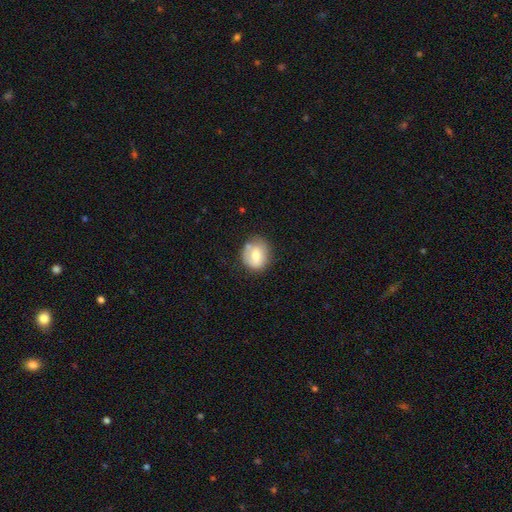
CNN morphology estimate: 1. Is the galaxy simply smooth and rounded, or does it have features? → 67% smooth, 25% featured or disk, 8% star or artifact.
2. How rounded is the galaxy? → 73% round, 26% in between, 1% cigar-shaped.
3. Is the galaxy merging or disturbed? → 66% none, 21% minor disturbance, 8% merger, 6% major disturbance.